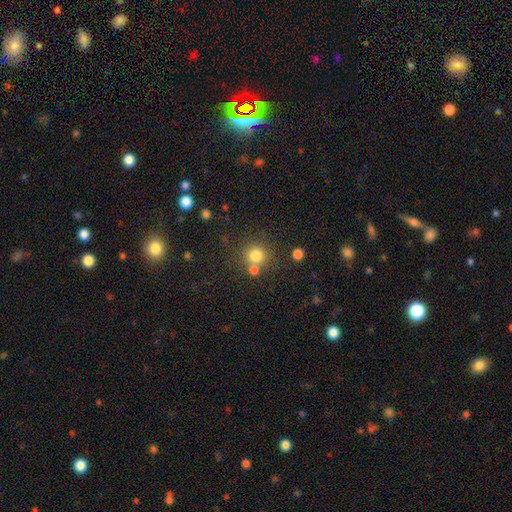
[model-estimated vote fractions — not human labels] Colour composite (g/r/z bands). It shows a smooth galaxy with no disk features (79%) that is round (90%). Merging: none (65%).